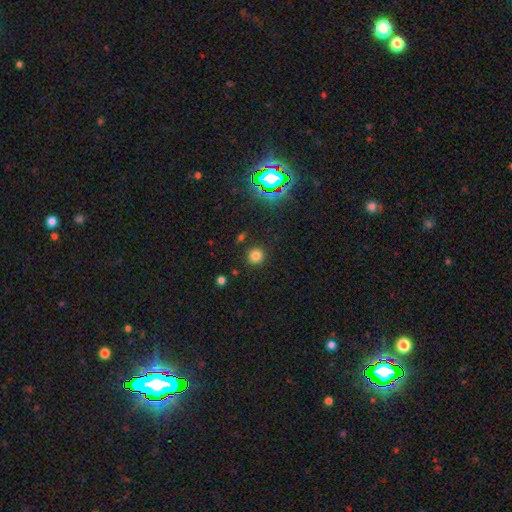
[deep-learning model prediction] smooth_or_featured: smooth (p=0.77) [alt: star or artifact p=0.17]
how_rounded: round (p=0.93) [alt: in between p=0.06]
merging: none (p=0.88) [alt: minor disturbance p=0.07]